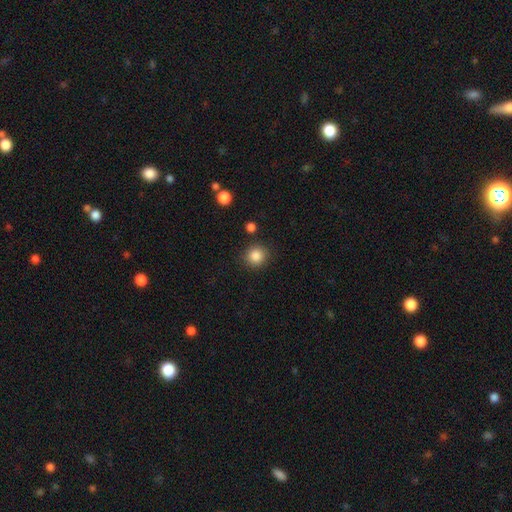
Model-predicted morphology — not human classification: A smooth galaxy with no disk features (86%) that is round (89%). Merging: none (87%).